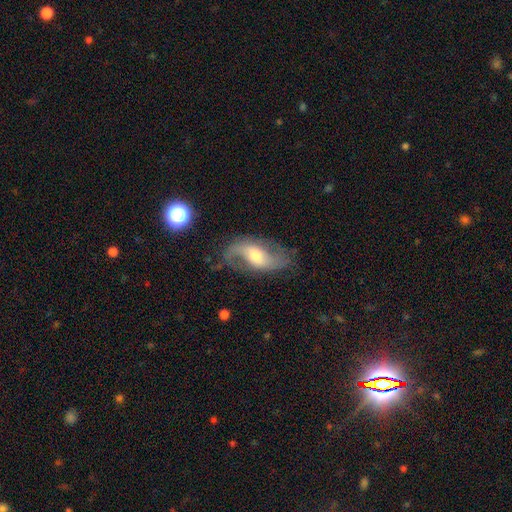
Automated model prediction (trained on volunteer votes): Smooth or featured: featured or disk — 80% (smooth — 13%)
Edge-on disk: no — 95% (yes — 5%)
Bar: weak — 45% (no — 31%)
Spiral arms: yes — 93% (no — 7%)
Spiral winding: loose — 64% (medium — 29%)
Spiral arm count: 2 — 88% (1 — 5%)
Bulge size: moderate — 62% (small — 26%)
Merging: none — 68% (minor disturbance — 19%)